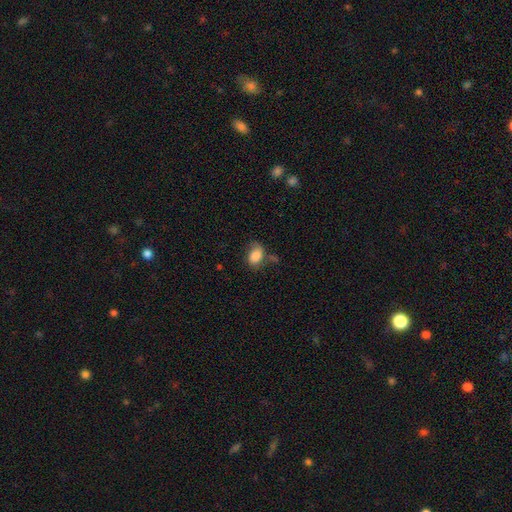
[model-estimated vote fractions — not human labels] smooth-or-featured: smooth: 76% | featured or disk: 15% | star or artifact: 9%
  how-rounded: in between: 75% | round: 24% | cigar-shaped: 1%
  merging: none: 47% | minor disturbance: 30% | major disturbance: 15% | merger: 8%